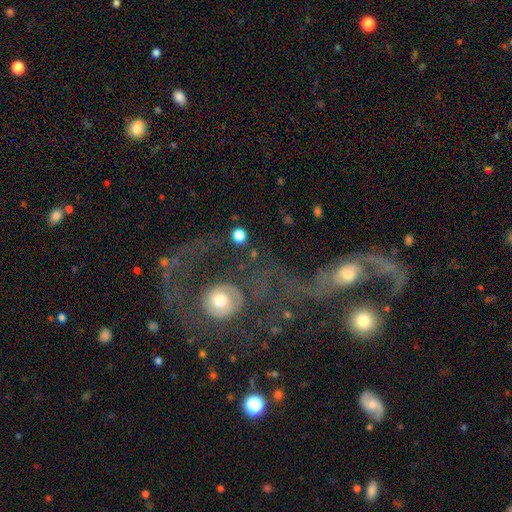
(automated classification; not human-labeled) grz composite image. It shows a featured or disk galaxy (59%) with no bar (79%), spiral arms (55%) and a moderate central bulge (55%). Merging: merger (40%).